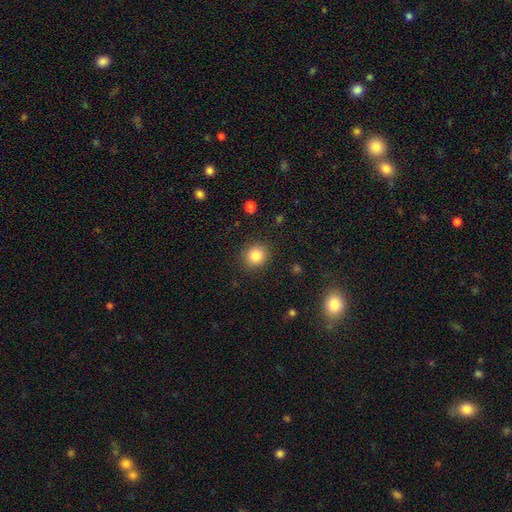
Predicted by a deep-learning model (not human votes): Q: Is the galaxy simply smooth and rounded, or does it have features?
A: smooth — 84%.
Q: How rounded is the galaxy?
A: round — 88%.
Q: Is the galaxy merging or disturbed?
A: none — 89%.